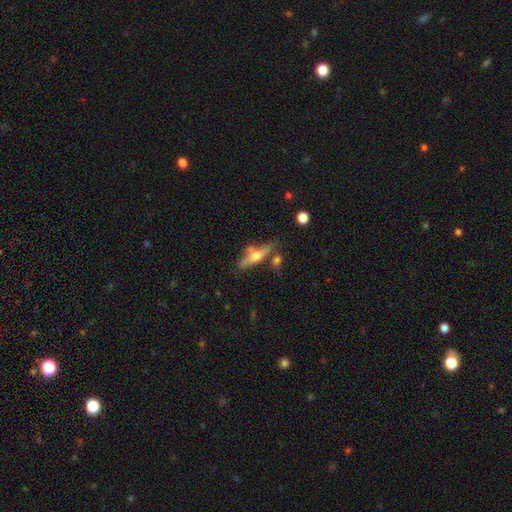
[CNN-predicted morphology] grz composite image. It shows a featured or disk galaxy (52%) viewed edge-on (87%). Merging: none (63%).